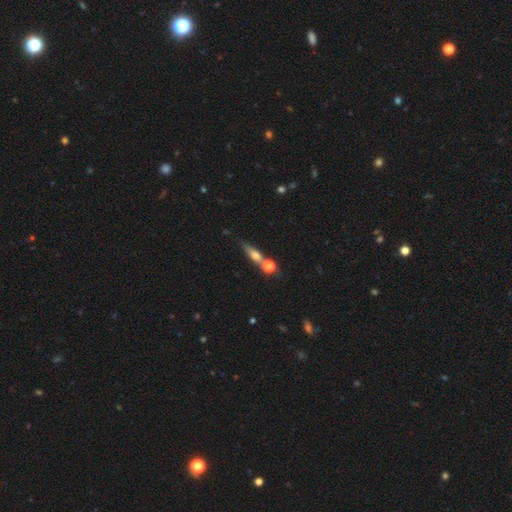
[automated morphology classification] Q: Smooth or featured?
A: smooth (54%); runner-up: featured or disk (35%)
Q: How rounded?
A: cigar-shaped (54%); runner-up: in between (32%)
Q: Merging?
A: none (44%); runner-up: merger (40%)